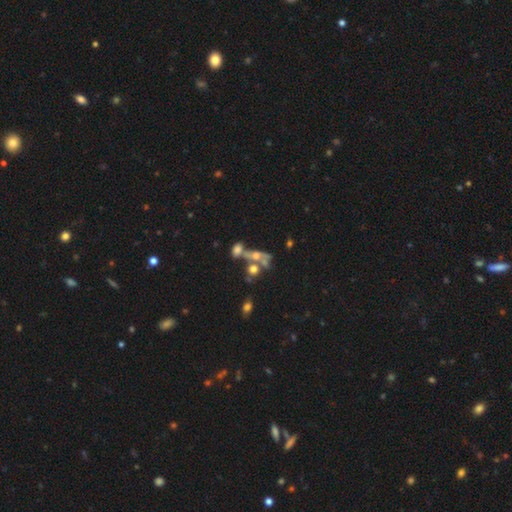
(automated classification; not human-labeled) The model was most divided on "smooth or featured": featured or disk: 45%, smooth: 32%, star or artifact: 24%. More confident: merging — merger (51%).